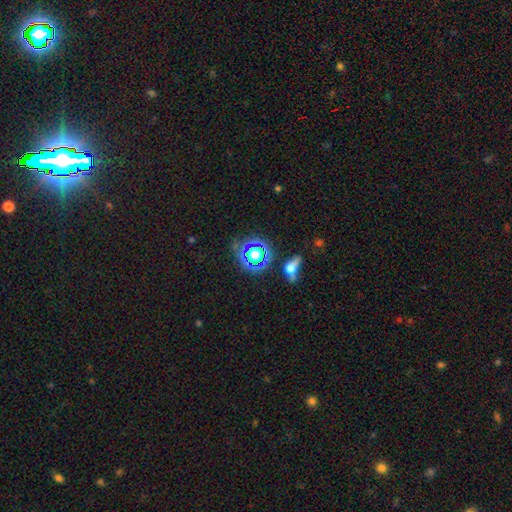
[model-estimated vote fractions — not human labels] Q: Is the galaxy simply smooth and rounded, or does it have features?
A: star or artifact — 56%.